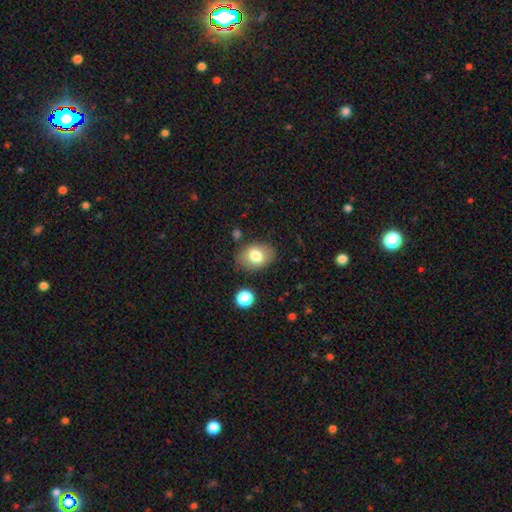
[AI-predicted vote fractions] This is likely a smooth galaxy (77%). How rounded: likely in between (73%). Merging: clearly none (81%).